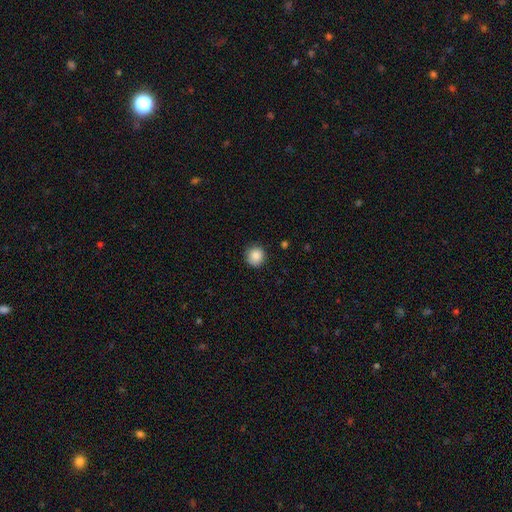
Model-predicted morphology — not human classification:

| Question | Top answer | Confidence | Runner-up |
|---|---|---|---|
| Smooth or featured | smooth | 87% | star or artifact (9%) |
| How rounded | round | 89% | in between (10%) |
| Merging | none | 84% | minor disturbance (12%) |